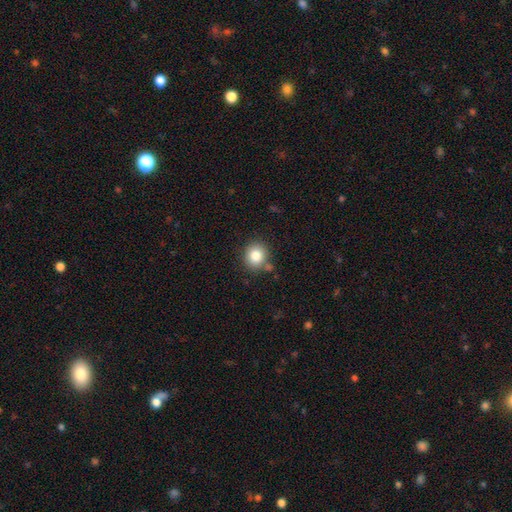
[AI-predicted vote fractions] Smooth or featured? smooth (82%)
How rounded? round (81%)
Merging? none (79%)